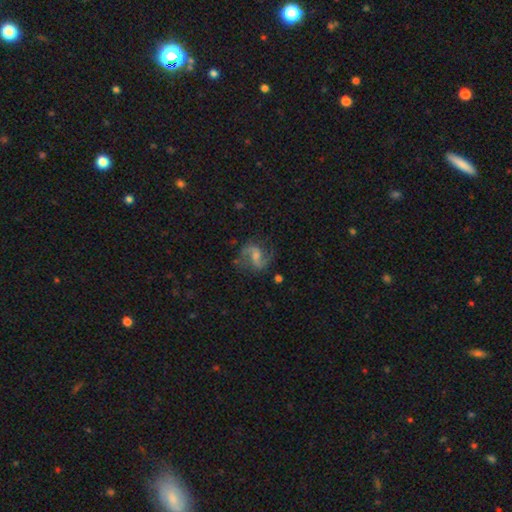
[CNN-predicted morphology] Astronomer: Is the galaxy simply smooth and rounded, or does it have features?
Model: featured or disk — 81%.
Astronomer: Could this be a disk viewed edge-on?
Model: no — 98%.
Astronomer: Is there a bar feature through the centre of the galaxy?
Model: weak — 52%.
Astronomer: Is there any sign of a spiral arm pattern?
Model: yes — 95%.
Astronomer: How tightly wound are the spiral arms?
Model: loose — 51% (runner-up: medium, 42%).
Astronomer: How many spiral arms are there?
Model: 2 — 91%.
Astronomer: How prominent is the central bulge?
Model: small — 35% (runner-up: moderate, 33%).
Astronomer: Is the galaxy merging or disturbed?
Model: none — 68%.